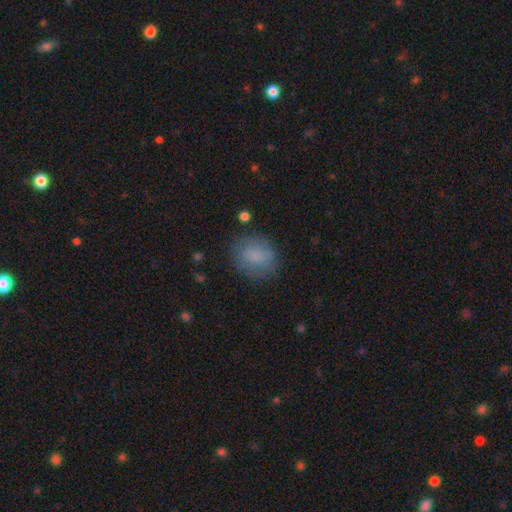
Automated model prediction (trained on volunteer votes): The model was most divided on "how rounded": round: 65%, in between: 34%, cigar-shaped: 1%. More confident: smooth or featured — smooth (80%); merging — none (75%).